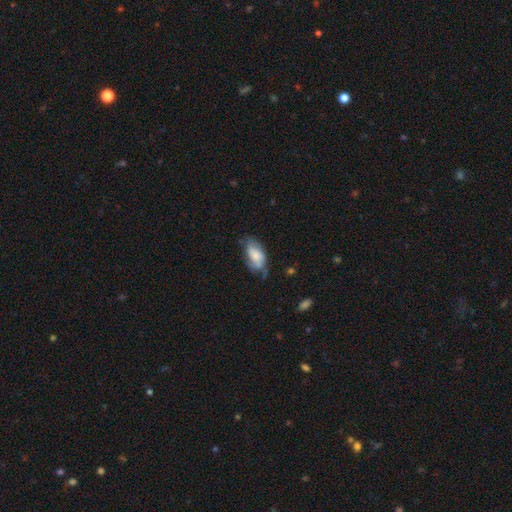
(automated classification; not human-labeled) This appears to be a smooth galaxy with no disk features (61%) that is in between round and cigar-shaped (91%). Merging: none (39%).